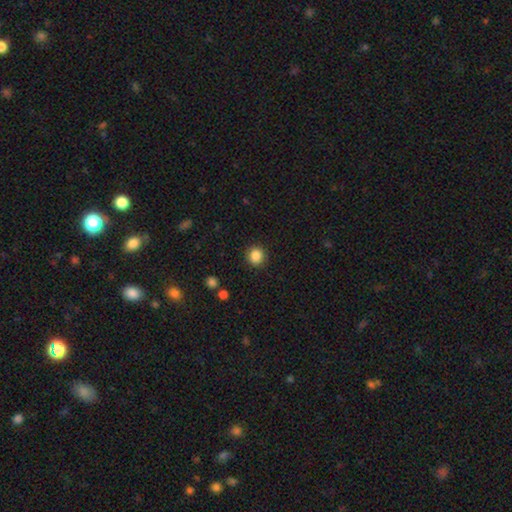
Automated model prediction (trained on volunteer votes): Morphology: type=smooth (86%); roundness=round (90%); merging=none (90%).